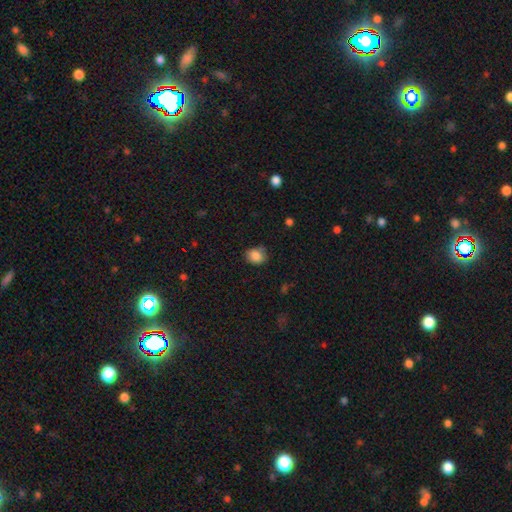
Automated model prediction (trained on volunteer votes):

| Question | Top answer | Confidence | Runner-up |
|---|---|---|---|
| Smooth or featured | smooth | 86% | star or artifact (9%) |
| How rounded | round | 55% | in between (44%) |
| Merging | none | 71% | minor disturbance (23%) |